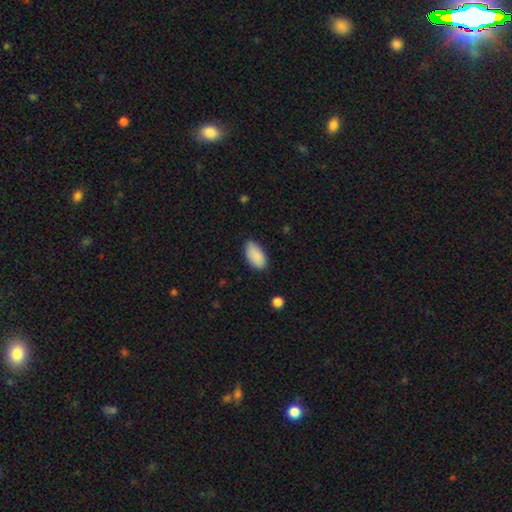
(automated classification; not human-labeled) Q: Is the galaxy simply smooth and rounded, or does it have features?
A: smooth — 89%.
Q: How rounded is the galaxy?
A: in between — 94%.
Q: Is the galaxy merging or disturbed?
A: none — 79%.